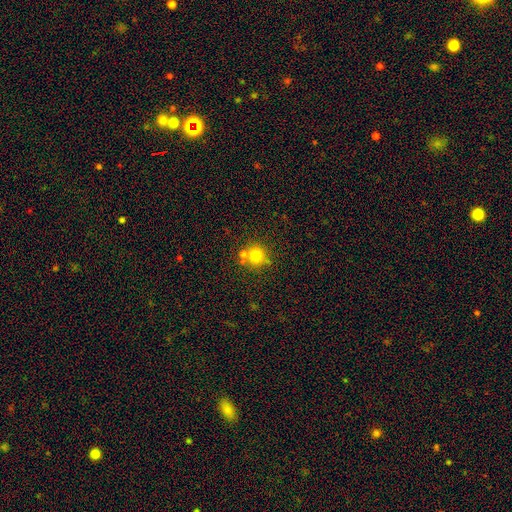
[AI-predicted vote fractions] Smooth or featured: smooth — 76% (star or artifact — 14%)
How rounded: round — 91% (in between — 8%)
Merging: none — 67% (merger — 21%)